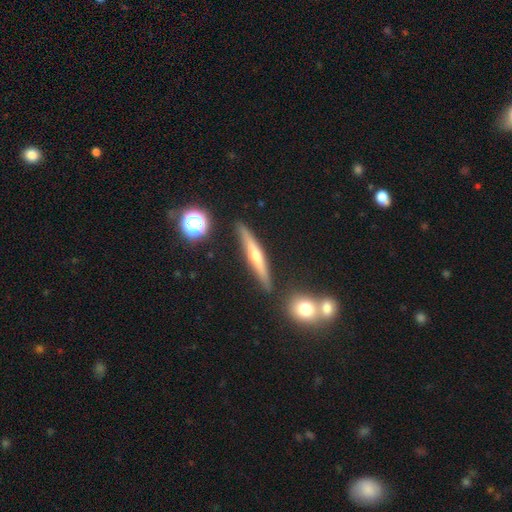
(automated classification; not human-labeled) This appears to be a featured or disk galaxy (63%) viewed edge-on (96%) with a rounded central bulge (75%). Merging: none (84%).